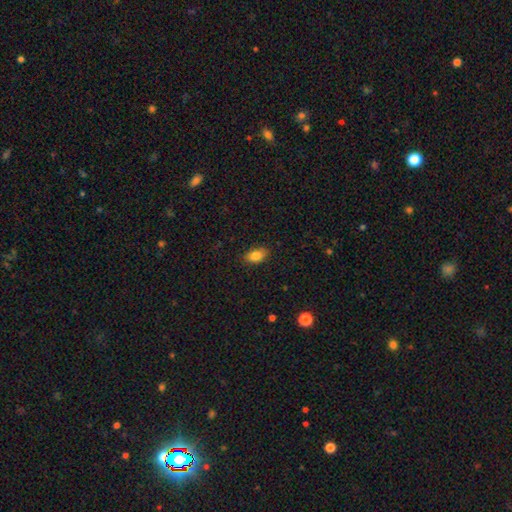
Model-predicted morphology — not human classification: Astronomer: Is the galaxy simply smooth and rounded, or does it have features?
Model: smooth — 85%.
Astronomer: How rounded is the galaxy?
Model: in between — 89%.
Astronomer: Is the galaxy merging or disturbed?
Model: none — 85%.